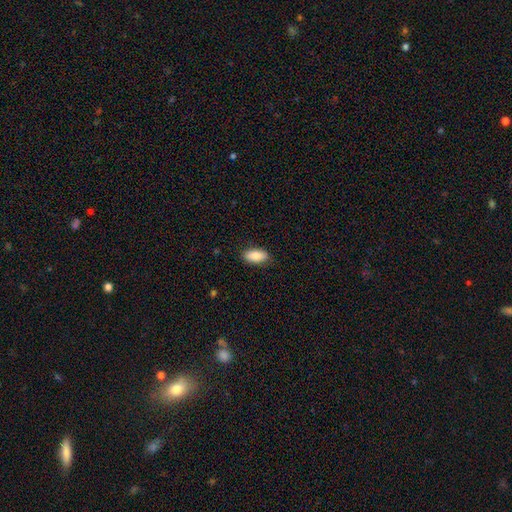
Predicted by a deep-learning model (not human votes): smooth 86%, featured or disk 7%, star or artifact 7%. Down the decision tree: how rounded — in between (90%); merging — none (86%).